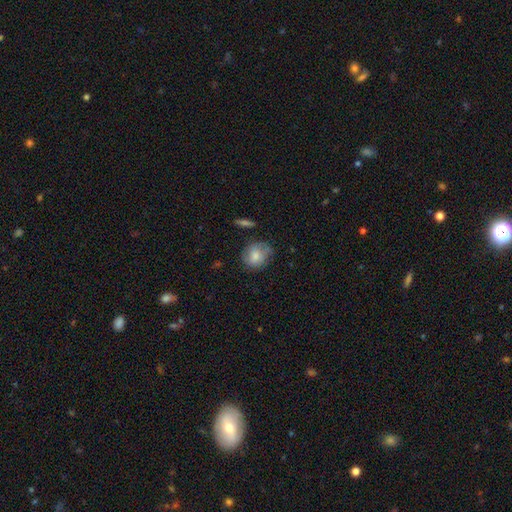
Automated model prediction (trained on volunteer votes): smooth-or-featured: smooth: 74% | featured or disk: 18% | star or artifact: 7%
  how-rounded: round: 74% | in between: 25% | cigar-shaped: 1%
  merging: none: 63% | minor disturbance: 26% | major disturbance: 8% | merger: 3%